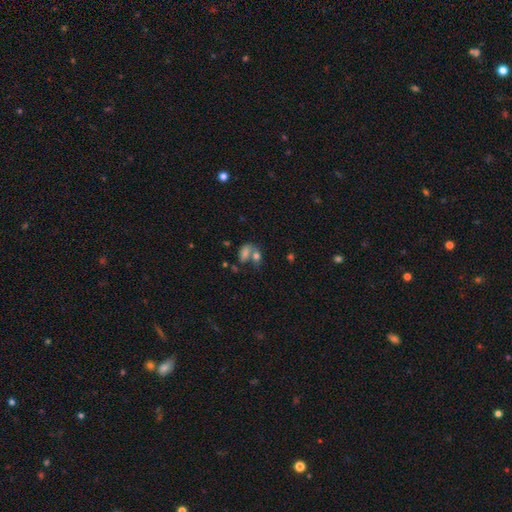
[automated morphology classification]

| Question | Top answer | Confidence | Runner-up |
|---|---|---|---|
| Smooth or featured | star or artifact | 42% | smooth (34%) |